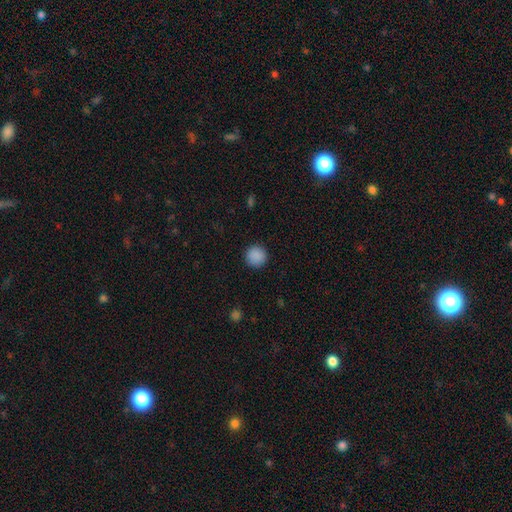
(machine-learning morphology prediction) Q: Smooth or featured?
A: smooth (89%); runner-up: star or artifact (8%)
Q: How rounded?
A: round (94%); runner-up: in between (5%)
Q: Merging?
A: none (91%); runner-up: minor disturbance (6%)